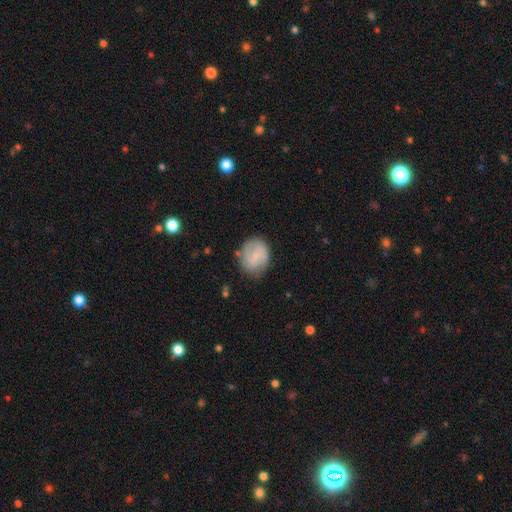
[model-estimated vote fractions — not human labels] Smooth or featured?
  - smooth: 49% *
  - featured or disk: 44%
  - star or artifact: 7%
Merging?
  - none: 69% *
  - minor disturbance: 22%
  - major disturbance: 7%
  - merger: 2%